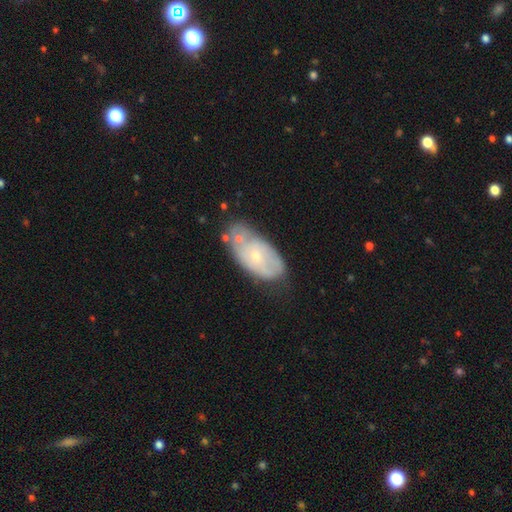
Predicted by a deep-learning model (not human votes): A featured or disk galaxy (52%).

Vote fractions:
- Smooth or featured? featured or disk: 52% / smooth: 41% / star or artifact: 7%
- Edge-on disk? no: 92% / yes: 8%
- Merging? none: 49% / minor disturbance: 29% / merger: 13% / major disturbance: 10%